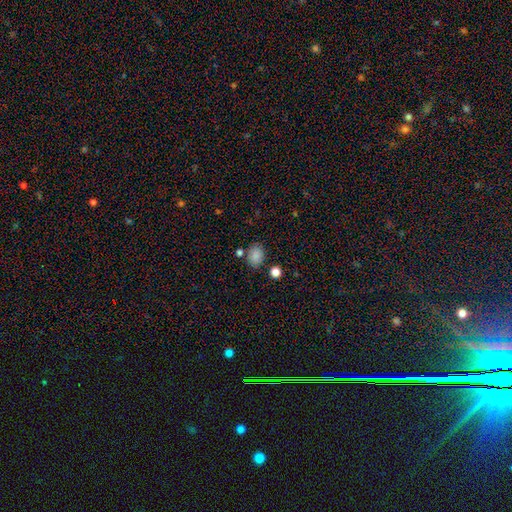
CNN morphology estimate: Smooth or featured? Predicted: smooth (p=0.85). How rounded? Predicted: in between (p=0.63). Merging? Predicted: none (p=0.77).